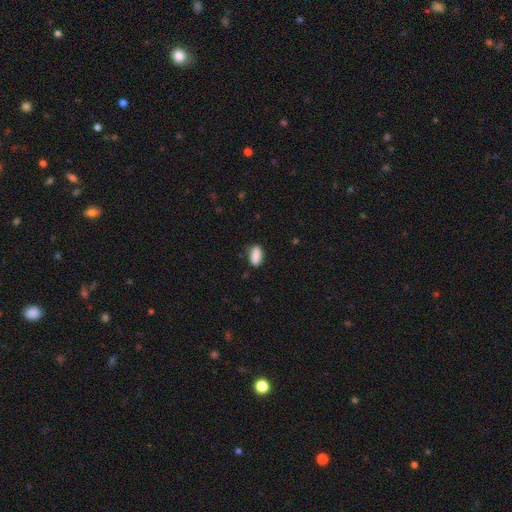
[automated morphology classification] Smooth or featured? Predicted: smooth (p=0.89). How rounded? Predicted: in between (p=0.86). Merging? Predicted: none (p=0.80).